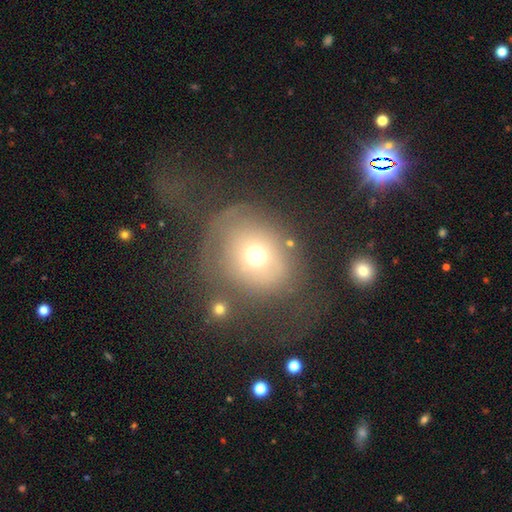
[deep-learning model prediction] Q: Smooth or featured?
A: smooth (58%); runner-up: featured or disk (28%)
Q: How rounded?
A: round (70%); runner-up: in between (29%)
Q: Merging?
A: none (42%); runner-up: major disturbance (33%)